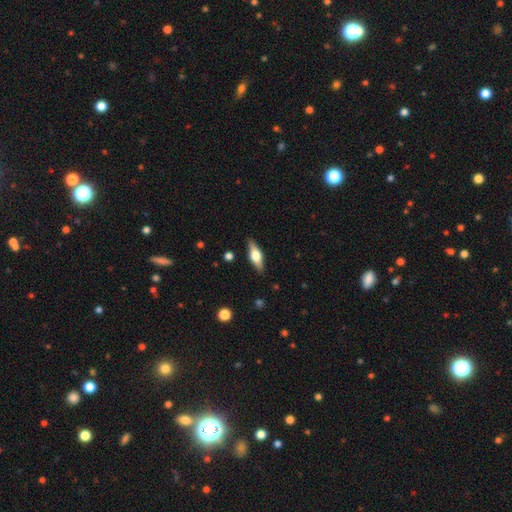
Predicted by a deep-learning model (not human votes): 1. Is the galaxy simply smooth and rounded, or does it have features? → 55% featured or disk, 38% smooth, 6% star or artifact.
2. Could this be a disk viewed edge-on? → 94% yes, 6% no.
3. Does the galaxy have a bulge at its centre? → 92% rounded, 6% boxy, 2% none.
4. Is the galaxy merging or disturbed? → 87% none, 10% minor disturbance, 2% major disturbance, 1% merger.